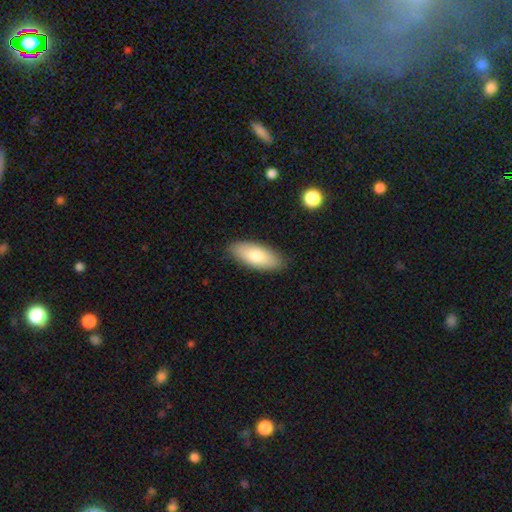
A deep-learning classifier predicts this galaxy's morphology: Overall: smooth (75%). How rounded: in between (82%). Merging: none (87%).